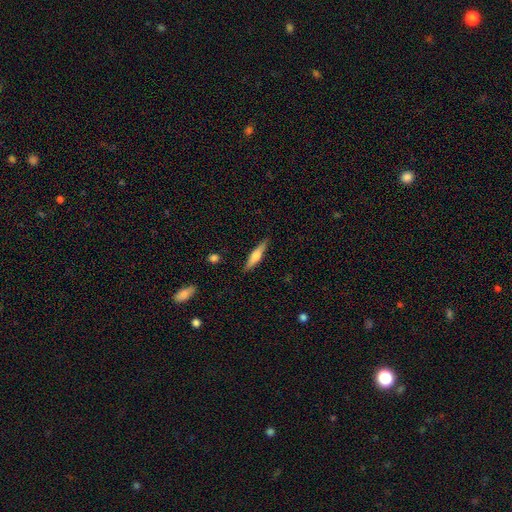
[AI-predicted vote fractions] smooth 51%, featured or disk 43%, star or artifact 6%. Down the decision tree: how rounded — cigar-shaped (83%); merging — none (88%).